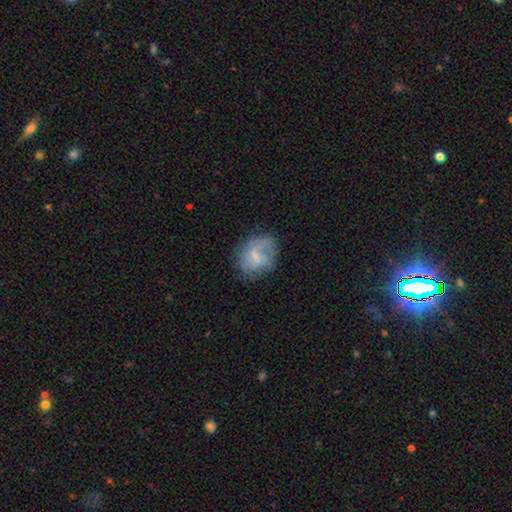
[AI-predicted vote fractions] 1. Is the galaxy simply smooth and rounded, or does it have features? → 50% smooth, 41% featured or disk, 9% star or artifact.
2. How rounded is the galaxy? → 53% in between, 46% round, 1% cigar-shaped.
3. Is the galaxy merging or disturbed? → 56% none, 26% minor disturbance, 16% major disturbance, 2% merger.